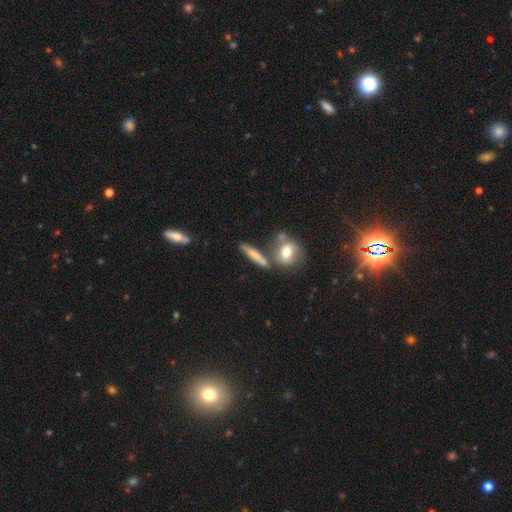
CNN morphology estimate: type=smooth (66%); roundness=cigar-shaped (79%); merging=none (69%).